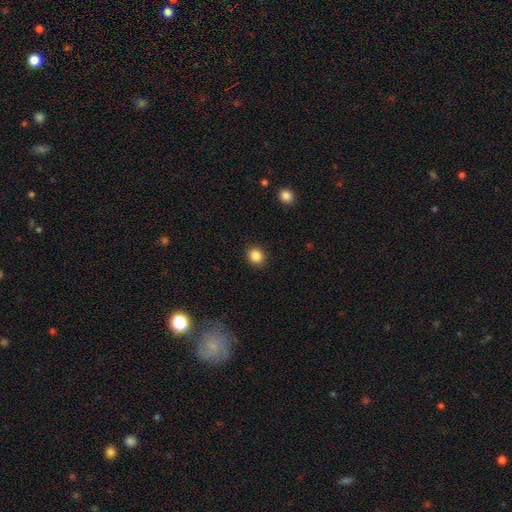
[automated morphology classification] Smooth or featured: smooth — 85% (star or artifact — 10%)
How rounded: round — 81% (in between — 18%)
Merging: none — 92% (minor disturbance — 6%)